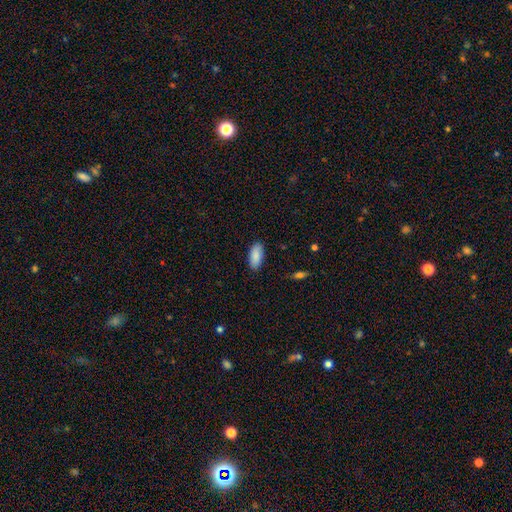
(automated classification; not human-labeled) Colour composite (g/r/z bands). It shows a smooth galaxy with no disk features (89%) that is in between round and cigar-shaped (90%). Merging: none (88%).